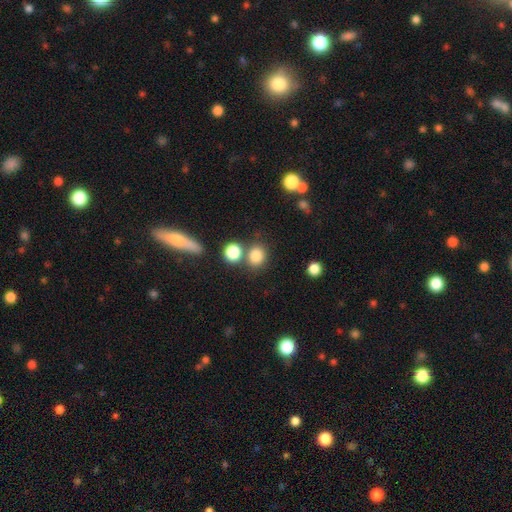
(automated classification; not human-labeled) smooth-or-featured: smooth: 81% | star or artifact: 12% | featured or disk: 6%
  how-rounded: round: 75% | in between: 24% | cigar-shaped: 1%
  merging: none: 66% | merger: 21% | minor disturbance: 10% | major disturbance: 4%